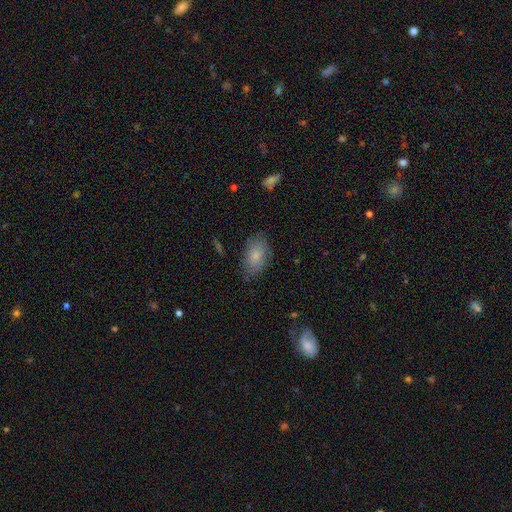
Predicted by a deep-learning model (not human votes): Morphology: type=smooth (76%); roundness=in between (90%); merging=none (74%).